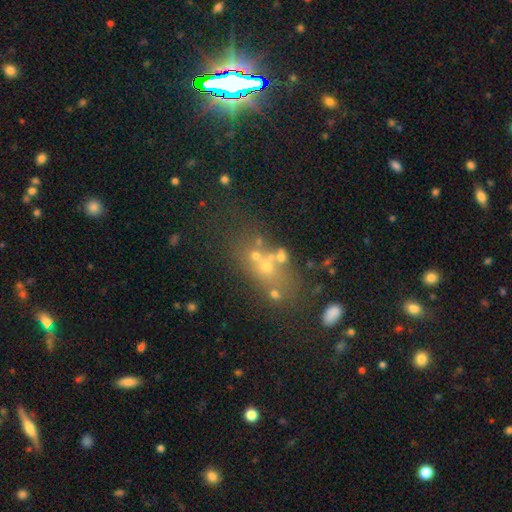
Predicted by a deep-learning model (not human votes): This appears to be a smooth galaxy with no disk features (40%). Merging: none (43%).